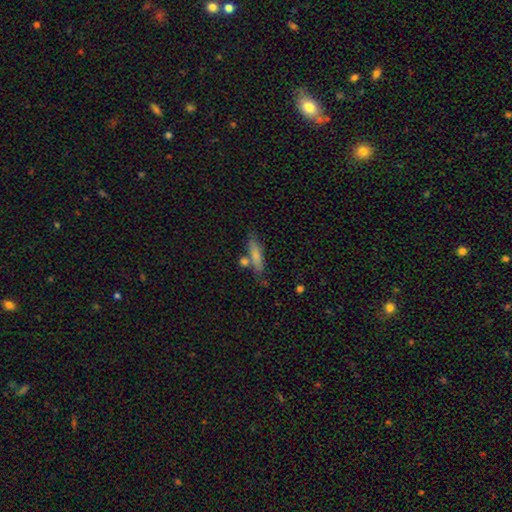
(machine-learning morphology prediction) smooth-or-featured: smooth: 70% | featured or disk: 23% | star or artifact: 7%
  how-rounded: cigar-shaped: 74% | in between: 24% | round: 3%
  merging: none: 66% | minor disturbance: 16% | merger: 14% | major disturbance: 4%